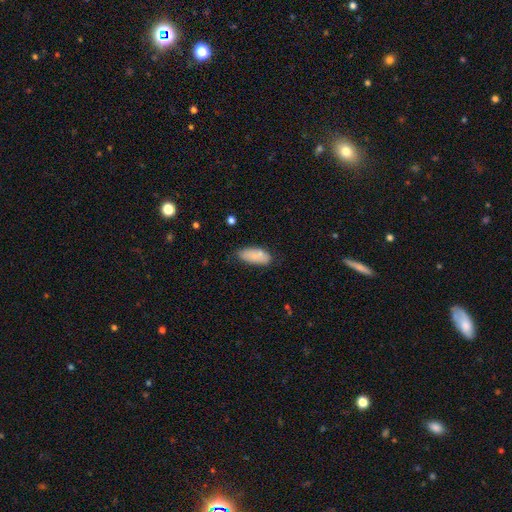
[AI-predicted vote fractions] The model was most divided on "merging": none: 66%, minor disturbance: 23%, merger: 6%, major disturbance: 5%. More confident: how rounded — in between (84%); smooth or featured — smooth (80%).